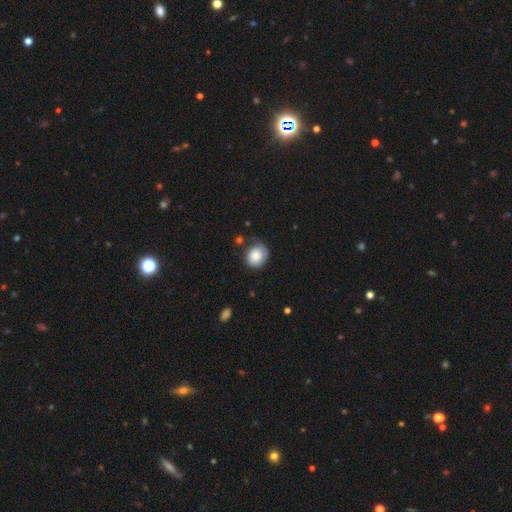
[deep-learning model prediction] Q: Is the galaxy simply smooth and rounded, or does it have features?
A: smooth — 81%.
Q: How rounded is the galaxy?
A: round — 76%.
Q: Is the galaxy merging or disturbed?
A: none — 67%.